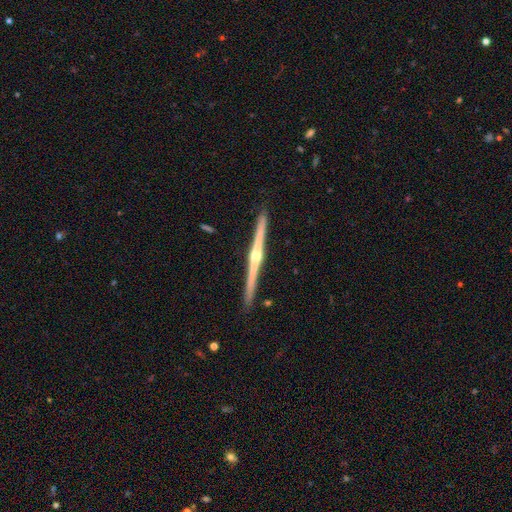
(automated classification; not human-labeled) featured or disk 86%, smooth 10%, star or artifact 4%. Down the decision tree: edge-on disk — yes (99%); edge-on bulge — rounded (89%); merging — none (92%).